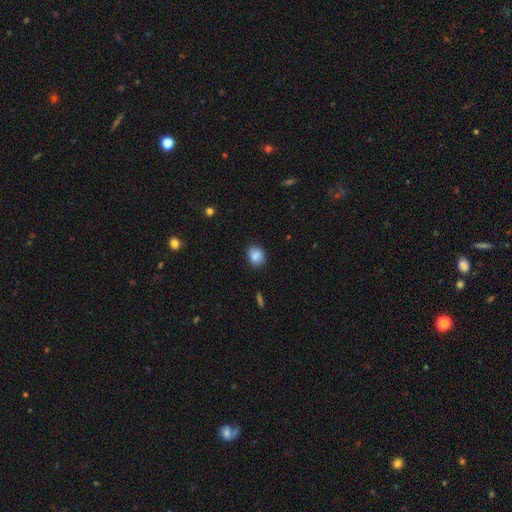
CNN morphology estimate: Q: Smooth or featured?
A: smooth (85%); runner-up: star or artifact (9%)
Q: How rounded?
A: round (55%); runner-up: in between (44%)
Q: Merging?
A: none (79%); runner-up: minor disturbance (16%)